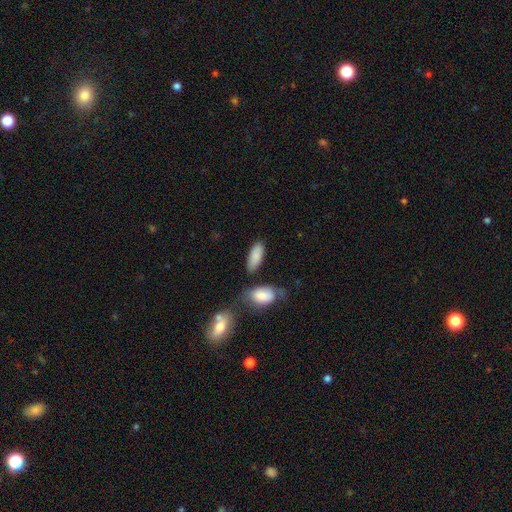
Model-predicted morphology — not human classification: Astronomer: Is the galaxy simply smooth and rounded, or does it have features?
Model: smooth — 85%.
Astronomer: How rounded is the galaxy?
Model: in between — 83%.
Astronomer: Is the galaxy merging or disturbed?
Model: none — 70%.